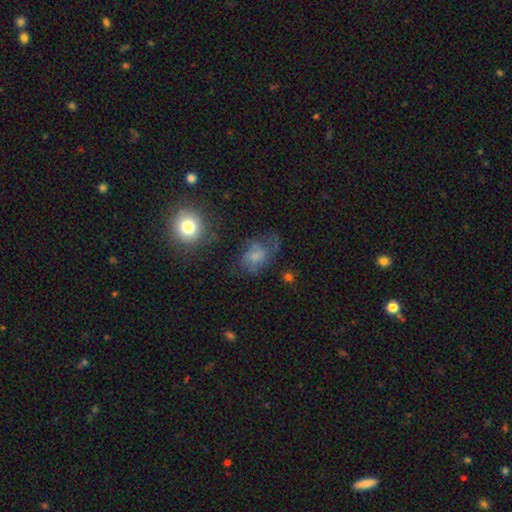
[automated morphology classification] smooth_or_featured: smooth (p=0.56) [alt: featured or disk p=0.29]
how_rounded: in between (p=0.66) [alt: round p=0.33]
merging: none (p=0.41) [alt: major disturbance p=0.29]